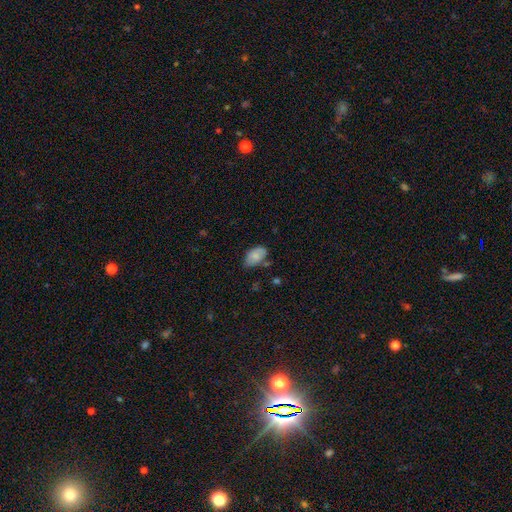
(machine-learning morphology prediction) Smooth or featured: smooth — 77% (featured or disk — 15%)
How rounded: in between — 91% (round — 8%)
Merging: none — 54% (minor disturbance — 33%)